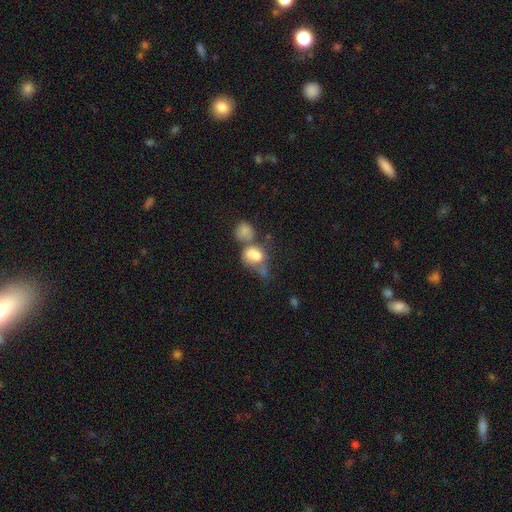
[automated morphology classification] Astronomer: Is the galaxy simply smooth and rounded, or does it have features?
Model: smooth — 67%.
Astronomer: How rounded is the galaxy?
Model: in between — 63%.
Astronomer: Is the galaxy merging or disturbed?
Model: merger — 54%.